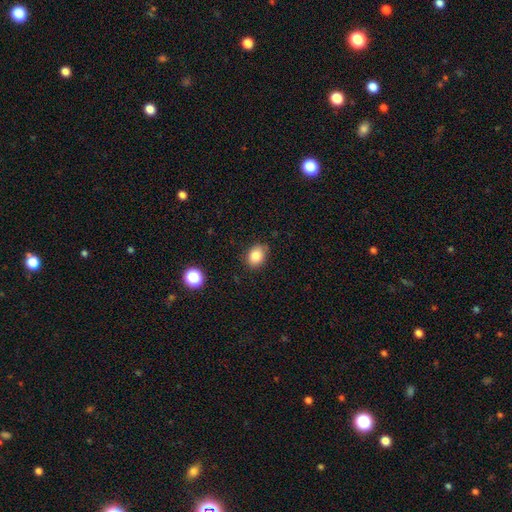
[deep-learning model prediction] Overall: smooth (84%). How rounded: in between (59%; round 40%). Merging: none (81%).